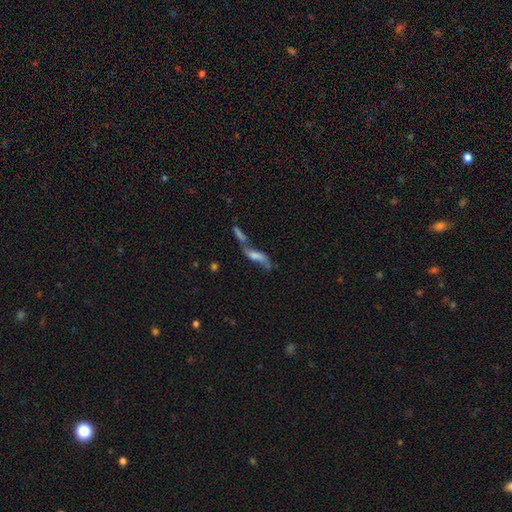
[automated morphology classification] Smooth or featured? featured or disk (48%)
Merging? merger (54%)